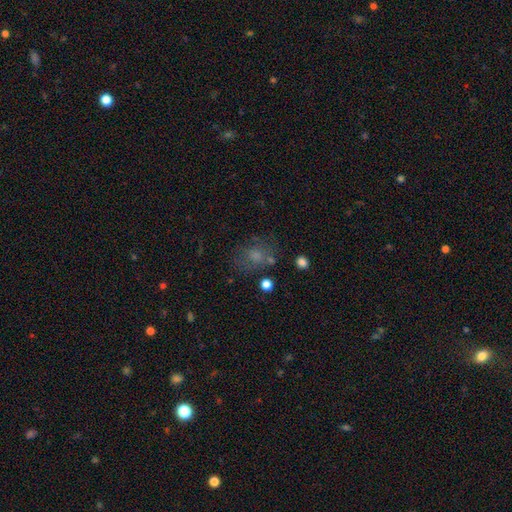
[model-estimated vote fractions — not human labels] Smooth or featured? smooth (63%)
How rounded? round (51%)
Merging? none (59%)